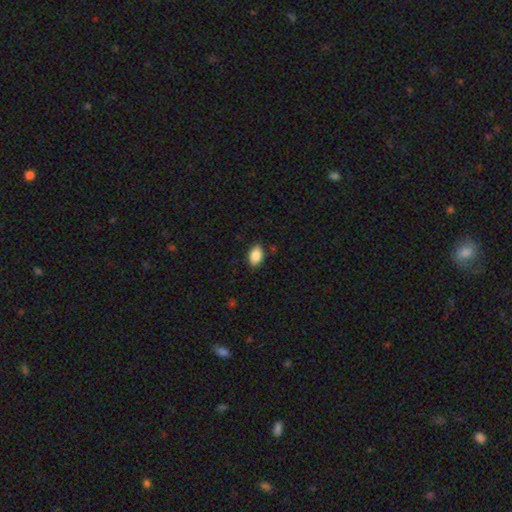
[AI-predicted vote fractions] Morphology: type=smooth (88%); roundness=in between (90%); merging=none (85%).